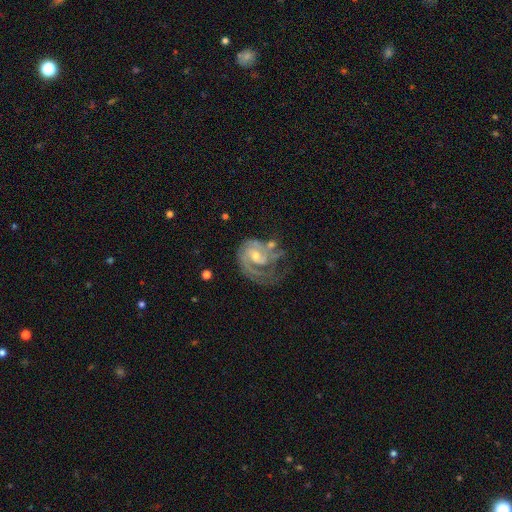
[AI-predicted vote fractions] featured or disk 86%, smooth 9%, star or artifact 5%. Down the decision tree: edge-on disk — no (98%); bar — no (51%); spiral arms — yes (95%); spiral arm count — 2 (40%); spiral winding — tight (53%); bulge size — moderate (51%); merging — none (37%).